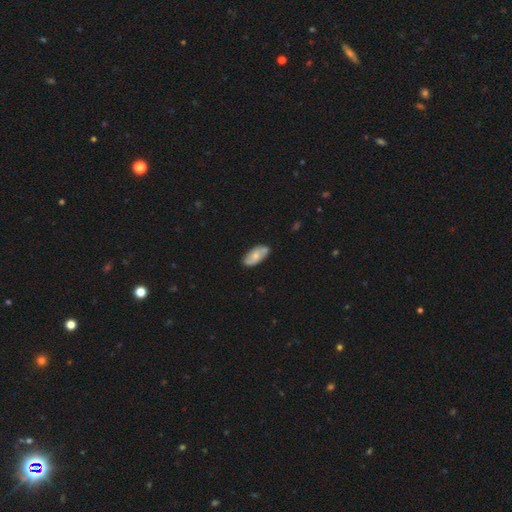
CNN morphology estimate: smooth_or_featured: smooth (p=0.51) [alt: featured or disk p=0.43]
how_rounded: in between (p=0.90) [alt: cigar-shaped p=0.08]
merging: none (p=0.79) [alt: minor disturbance p=0.16]